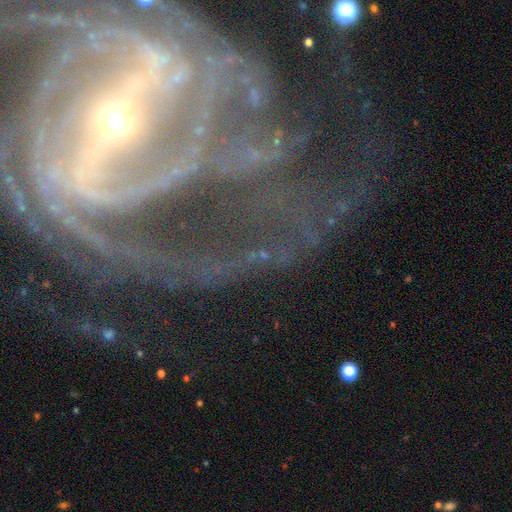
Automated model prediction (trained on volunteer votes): Smooth or featured? featured or disk (86%)
Edge-on disk? no (95%)
Bar? strong (65%)
Spiral arms? yes (94%)
Spiral winding? tight (47%)
Spiral arm count? 2 (32%)
Bulge size? small (79%)
Merging? none (56%)